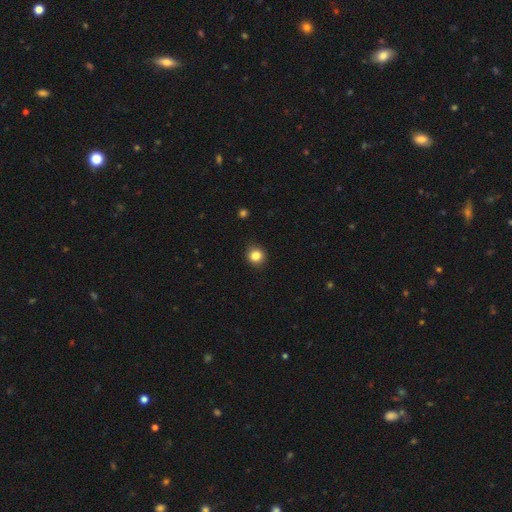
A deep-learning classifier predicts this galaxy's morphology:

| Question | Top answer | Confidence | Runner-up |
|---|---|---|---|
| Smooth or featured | smooth | 83% | star or artifact (11%) |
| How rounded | round | 89% | in between (10%) |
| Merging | none | 89% | minor disturbance (8%) |